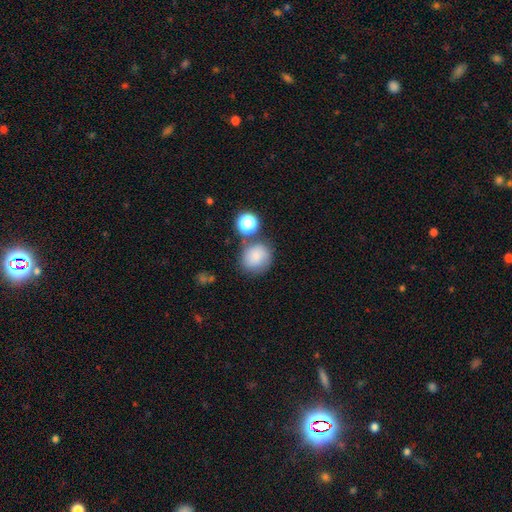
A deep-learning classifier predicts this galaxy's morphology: Smooth or featured?
  - smooth: 76% *
  - star or artifact: 12%
  - featured or disk: 12%
How rounded?
  - round: 78% *
  - in between: 21%
  - cigar-shaped: 1%
Merging?
  - none: 62% *
  - minor disturbance: 16%
  - merger: 15%
  - major disturbance: 6%